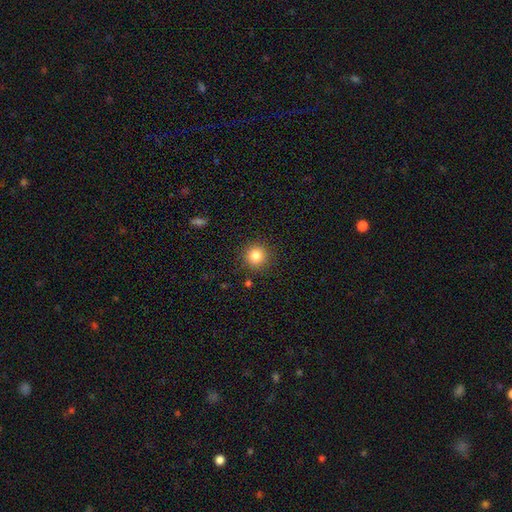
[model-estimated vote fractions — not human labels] A smooth galaxy with no disk features (83%) that is round (94%). Merging: none (89%).